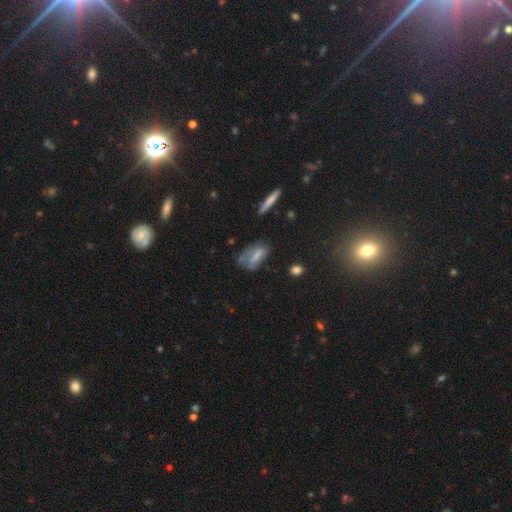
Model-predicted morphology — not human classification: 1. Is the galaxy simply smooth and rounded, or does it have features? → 60% smooth, 29% featured or disk, 10% star or artifact.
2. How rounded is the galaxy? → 75% in between, 19% cigar-shaped, 6% round.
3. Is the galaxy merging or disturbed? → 44% none, 32% minor disturbance, 21% major disturbance, 3% merger.